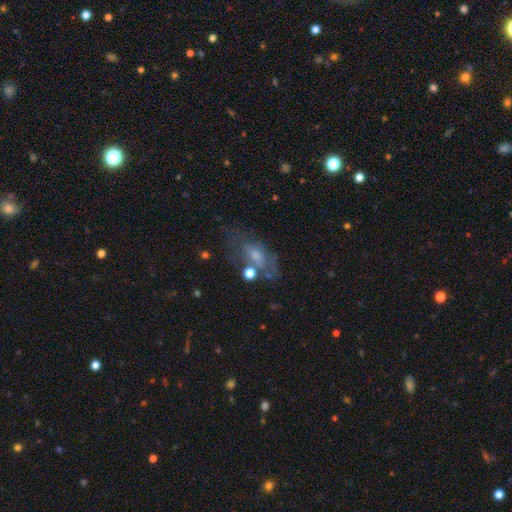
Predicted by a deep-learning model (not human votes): Morphology: type=featured or disk (48%); merging=none (50%).